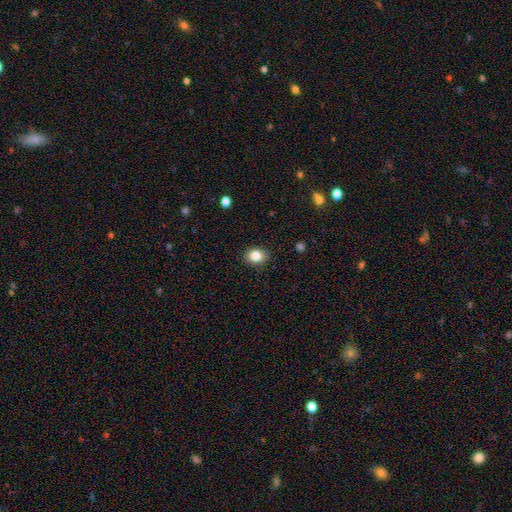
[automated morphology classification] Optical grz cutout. It shows a smooth galaxy with no disk features (84%) that is in between round and cigar-shaped (56%). Merging: none (88%).